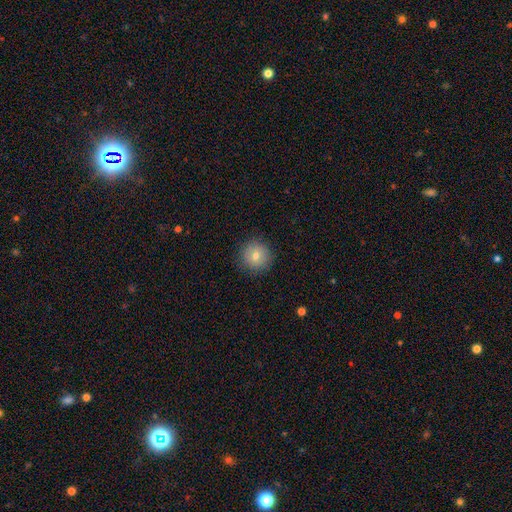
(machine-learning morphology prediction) smooth_or_featured: smooth (p=0.76) [alt: featured or disk p=0.13]
how_rounded: round (p=0.94) [alt: in between p=0.05]
merging: none (p=0.90) [alt: minor disturbance p=0.07]